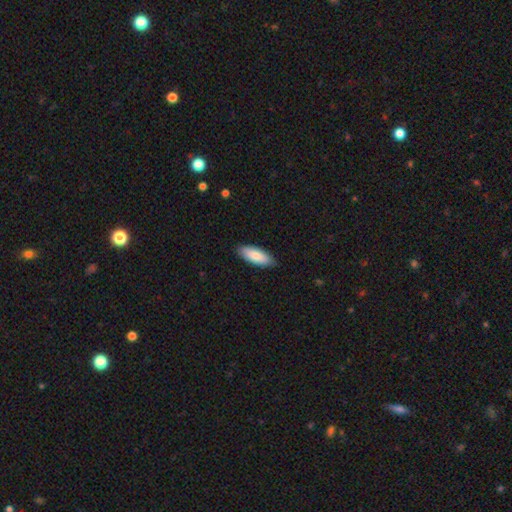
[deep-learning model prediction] Q: Smooth or featured?
A: smooth (85%); runner-up: featured or disk (10%)
Q: How rounded?
A: in between (75%); runner-up: cigar-shaped (23%)
Q: Merging?
A: none (87%); runner-up: minor disturbance (10%)